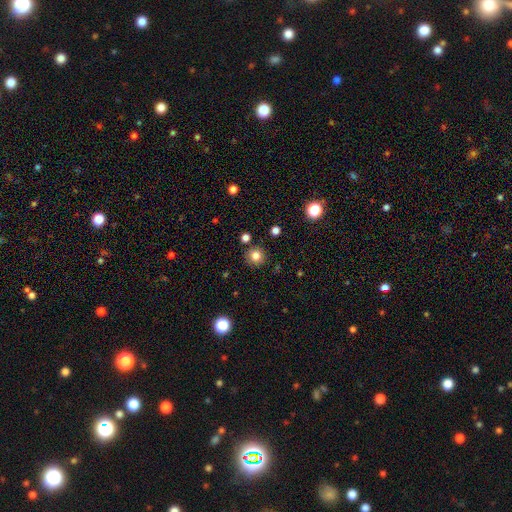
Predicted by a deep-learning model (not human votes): This is clearly a smooth galaxy (80%). How rounded: clearly round (93%). Merging: clearly none (88%).